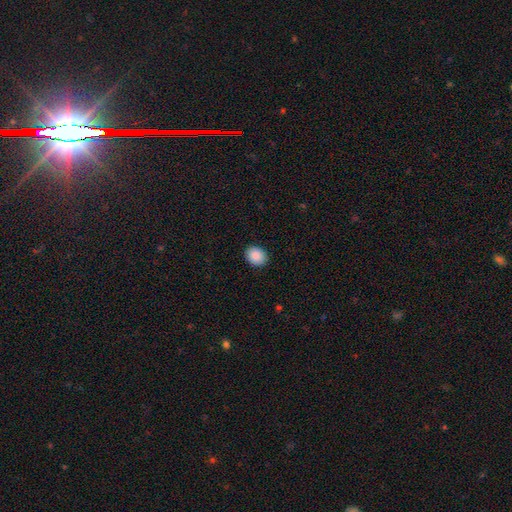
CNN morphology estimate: smooth-or-featured: smooth: 88% | star or artifact: 8% | featured or disk: 4%
  how-rounded: round: 57% | in between: 42% | cigar-shaped: 1%
  merging: none: 91% | minor disturbance: 6% | major disturbance: 2% | merger: 1%